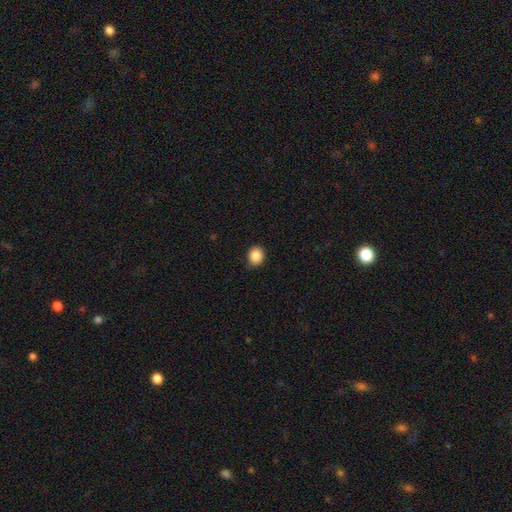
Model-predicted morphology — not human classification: The model was most divided on "how rounded": round: 75%, in between: 24%, cigar-shaped: 1%. More confident: smooth or featured — smooth (86%); merging — none (84%).